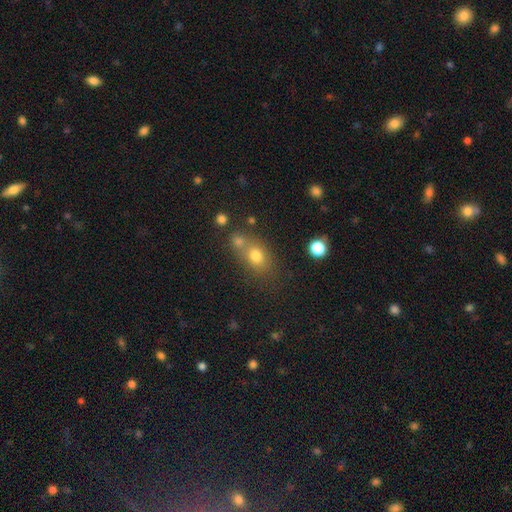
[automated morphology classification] Overall: smooth (72%). How rounded: in between (51%; round 46%). Merging: none (49%; merger 34%).